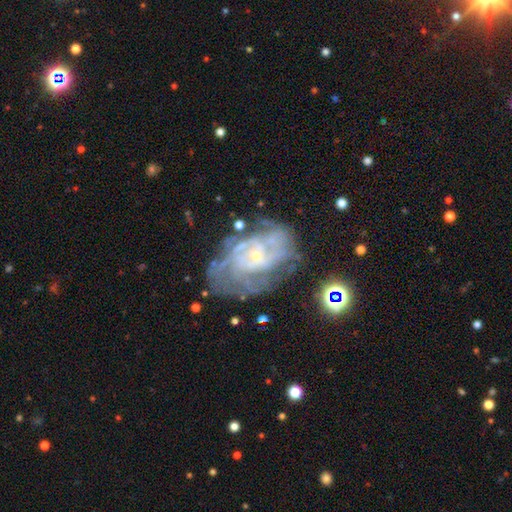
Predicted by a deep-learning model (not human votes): Q: Smooth or featured?
A: featured or disk (82%); runner-up: smooth (10%)
Q: Edge-on disk?
A: no (97%); runner-up: yes (3%)
Q: Bar?
A: no (73%); runner-up: weak (22%)
Q: Spiral arms?
A: yes (86%); runner-up: no (14%)
Q: Spiral winding?
A: tight (56%); runner-up: medium (33%)
Q: Spiral arm count?
A: can't tell (46%); runner-up: 2 (16%)
Q: Bulge size?
A: small (81%); runner-up: moderate (15%)
Q: Merging?
A: none (53%); runner-up: minor disturbance (23%)